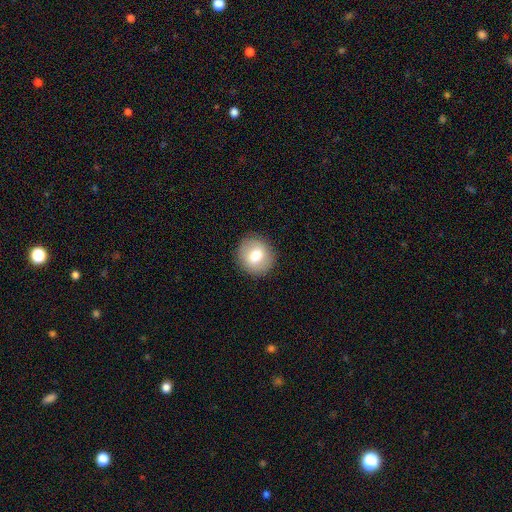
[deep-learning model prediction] The model was most divided on "smooth or featured": smooth: 72%, featured or disk: 20%, star or artifact: 8%. More confident: merging — none (90%); how rounded — round (89%).